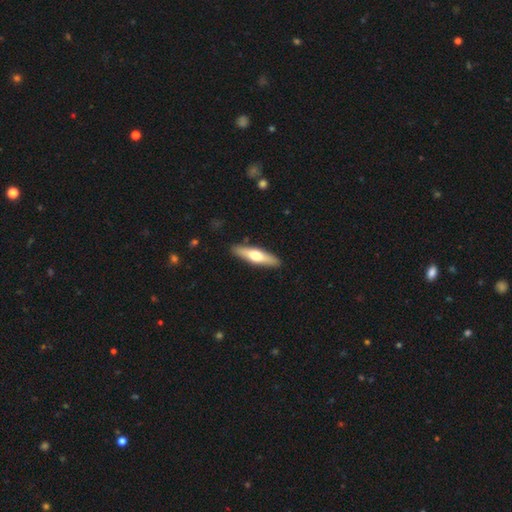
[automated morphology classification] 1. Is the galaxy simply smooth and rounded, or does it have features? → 50% smooth, 45% featured or disk, 5% star or artifact.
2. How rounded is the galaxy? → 74% cigar-shaped, 24% in between, 2% round.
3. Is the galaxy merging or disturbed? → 90% none, 7% minor disturbance, 2% major disturbance, 1% merger.